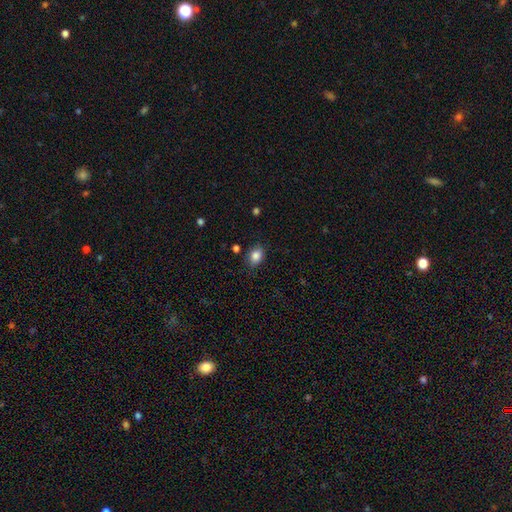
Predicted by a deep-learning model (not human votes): smooth_or_featured: smooth (p=0.85) [alt: star or artifact p=0.09]
how_rounded: in between (p=0.72) [alt: round p=0.26]
merging: none (p=0.81) [alt: minor disturbance p=0.13]